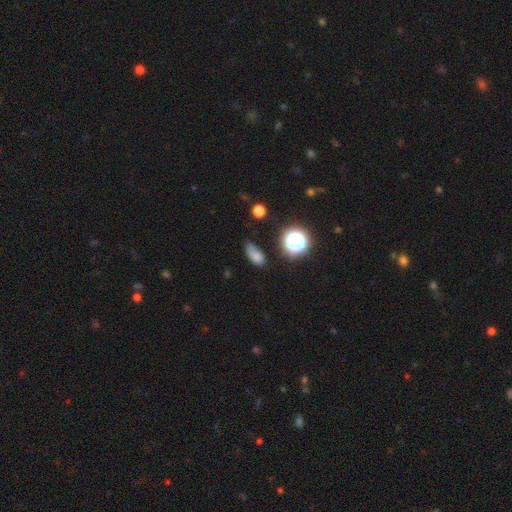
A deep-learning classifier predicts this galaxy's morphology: Smooth or featured?
  - smooth: 73% *
  - star or artifact: 16%
  - featured or disk: 10%
How rounded?
  - in between: 80% *
  - round: 13%
  - cigar-shaped: 7%
Merging?
  - none: 54% *
  - minor disturbance: 32%
  - major disturbance: 10%
  - merger: 3%